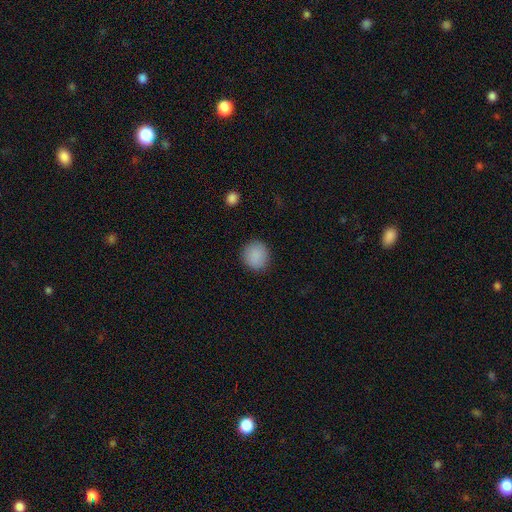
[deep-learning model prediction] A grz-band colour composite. It shows a smooth galaxy with no disk features (89%) that is round (88%). Merging: none (89%).